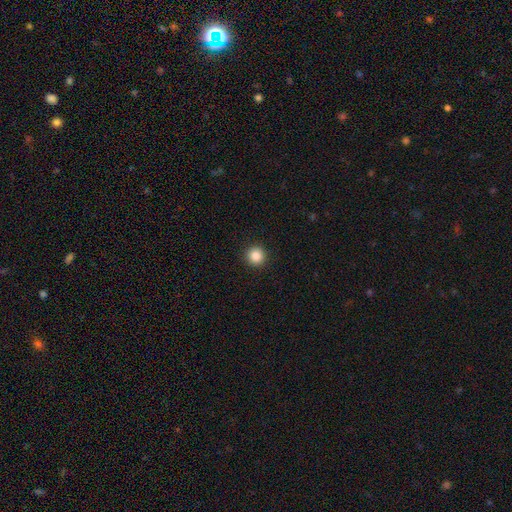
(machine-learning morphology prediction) smooth 86%, star or artifact 10%, featured or disk 4%. Down the decision tree: how rounded — round (96%); merging — none (93%).